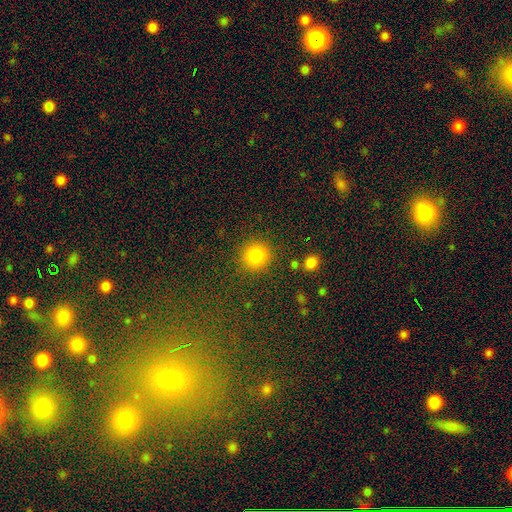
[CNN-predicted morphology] Smooth or featured: smooth — 83% (star or artifact — 12%)
How rounded: round — 92% (in between — 7%)
Merging: none — 86% (minor disturbance — 7%)